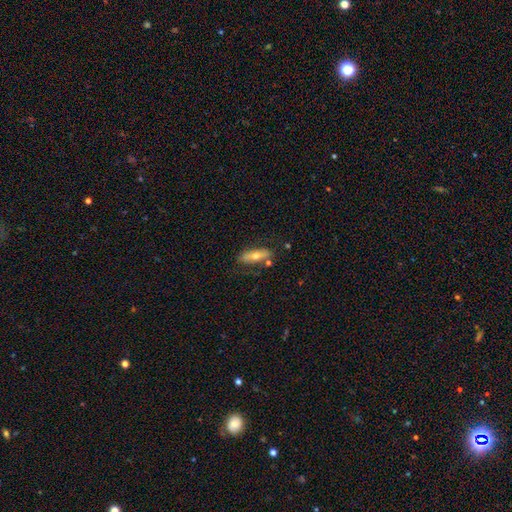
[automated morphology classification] The model was most divided on "smooth or featured": smooth: 49%, featured or disk: 44%, star or artifact: 8%. More confident: merging — none (72%).